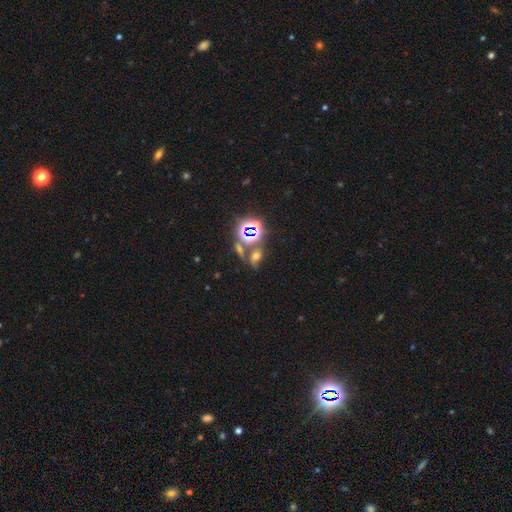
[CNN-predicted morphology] The model was most divided on "smooth or featured": star or artifact: 46%, smooth: 36%, featured or disk: 19%.